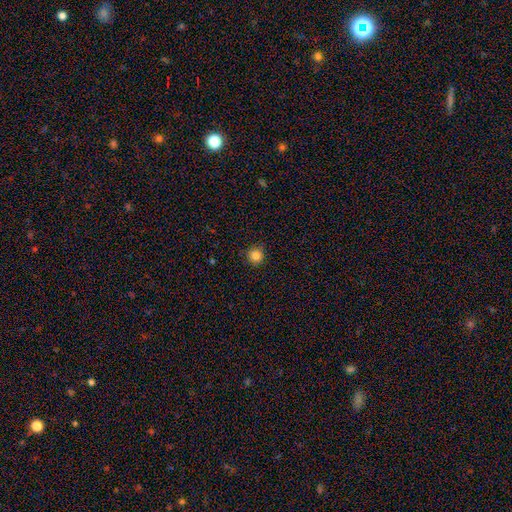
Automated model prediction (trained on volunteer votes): A smooth galaxy with no disk features (83%) that is round (94%).

Vote fractions:
- Smooth or featured? smooth: 83% / star or artifact: 12% / featured or disk: 5%
- How rounded? round: 94% / in between: 5% / cigar-shaped: 1%
- Merging? none: 90% / minor disturbance: 7% / major disturbance: 2% / merger: 1%